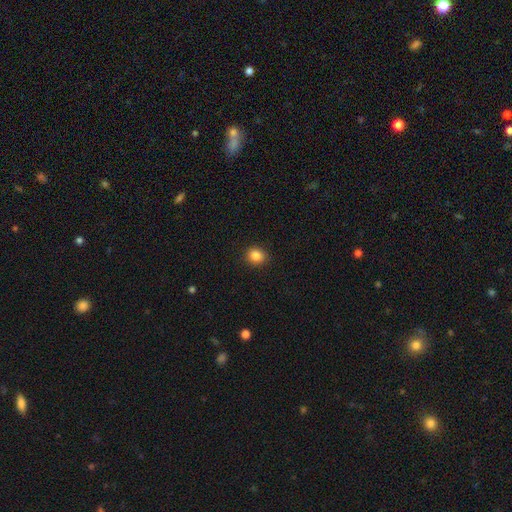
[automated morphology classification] The model was most divided on "how rounded": round: 77%, in between: 22%, cigar-shaped: 1%. More confident: merging — none (91%); smooth or featured — smooth (86%).